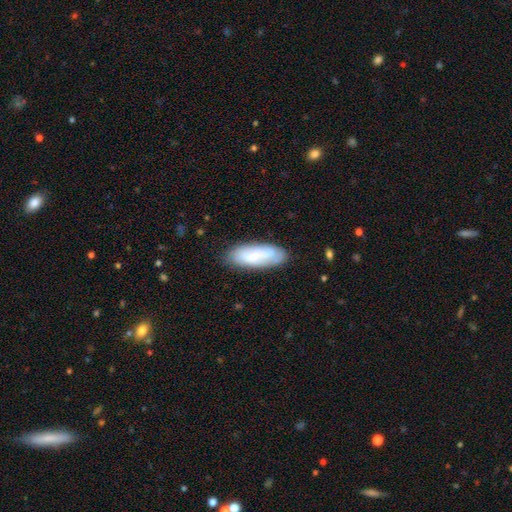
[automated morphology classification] Smooth or featured? Predicted: smooth (p=0.57). How rounded? Predicted: in between (p=0.67). Merging? Predicted: none (p=0.78).